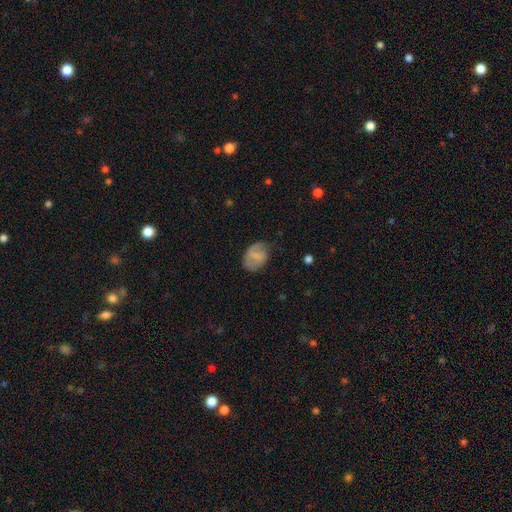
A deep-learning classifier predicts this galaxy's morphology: smooth 57%, featured or disk 35%, star or artifact 8%. Down the decision tree: how rounded — in between (72%); merging — none (61%).